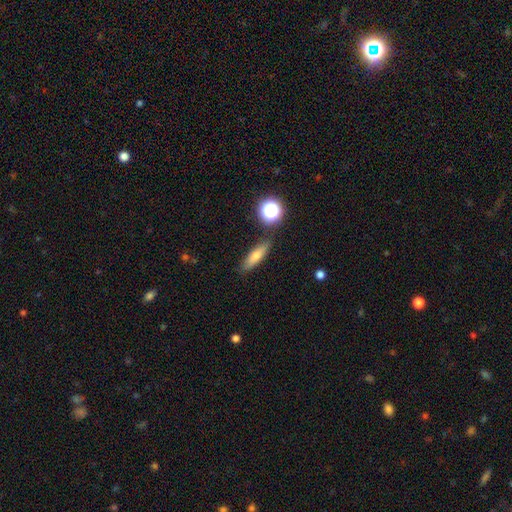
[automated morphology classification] smooth_or_featured: smooth (p=0.66) [alt: featured or disk p=0.22]
how_rounded: cigar-shaped (p=0.63) [alt: in between p=0.31]
merging: none (p=0.85) [alt: minor disturbance p=0.10]